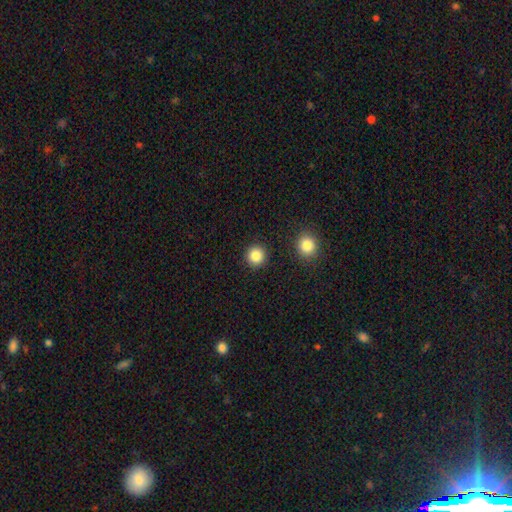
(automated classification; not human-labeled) Smooth or featured: smooth — 85% (star or artifact — 11%)
How rounded: round — 93% (in between — 6%)
Merging: none — 90% (minor disturbance — 5%)